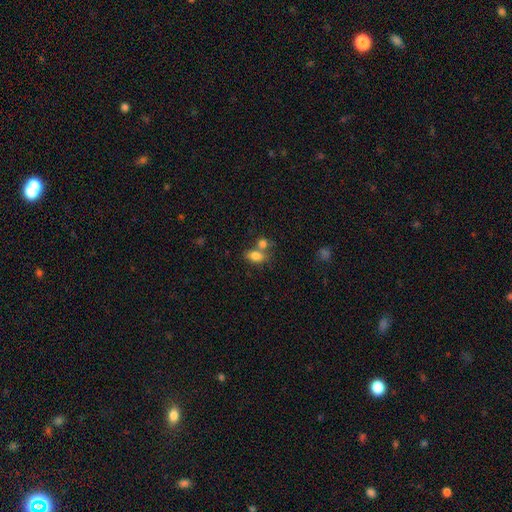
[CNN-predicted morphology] Smooth or featured?
  - smooth: 80% *
  - featured or disk: 10%
  - star or artifact: 10%
How rounded?
  - in between: 84% *
  - round: 13%
  - cigar-shaped: 3%
Merging?
  - none: 44% *
  - merger: 39%
  - minor disturbance: 12%
  - major disturbance: 5%